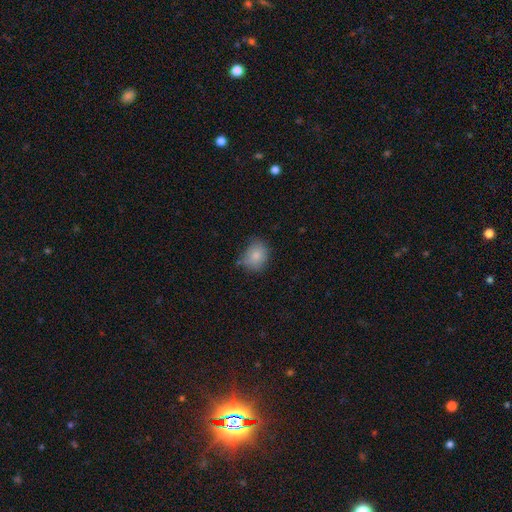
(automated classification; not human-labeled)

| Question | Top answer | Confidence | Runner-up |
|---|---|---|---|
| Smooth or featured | smooth | 83% | star or artifact (8%) |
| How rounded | round | 59% | in between (40%) |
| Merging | none | 67% | minor disturbance (24%) |